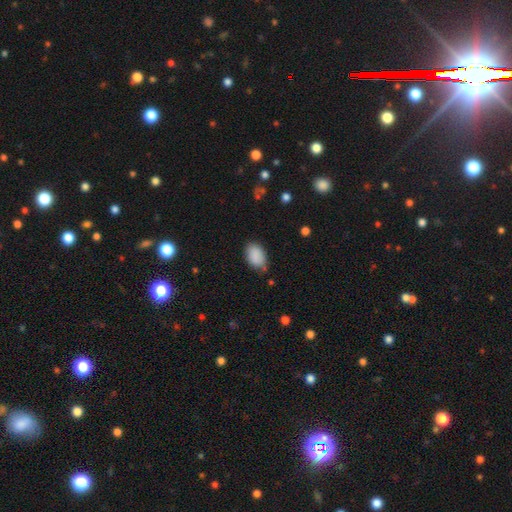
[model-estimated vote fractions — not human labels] Q: Smooth or featured?
A: smooth (88%); runner-up: star or artifact (7%)
Q: How rounded?
A: in between (88%); runner-up: round (11%)
Q: Merging?
A: none (71%); runner-up: minor disturbance (22%)